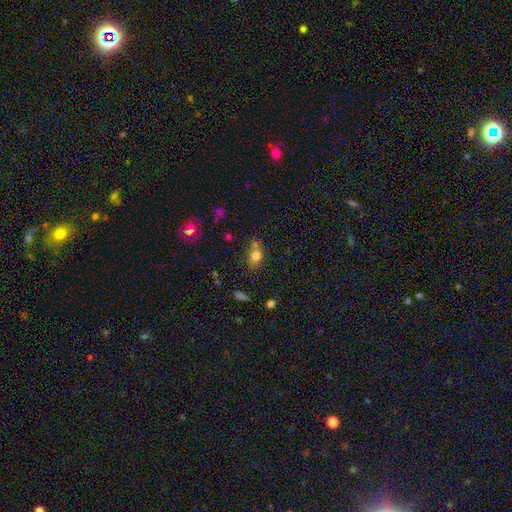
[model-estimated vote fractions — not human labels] smooth-or-featured: smooth: 77% | star or artifact: 13% | featured or disk: 10%
  how-rounded: in between: 51% | round: 46% | cigar-shaped: 2%
  merging: none: 53% | merger: 23% | minor disturbance: 18% | major disturbance: 6%